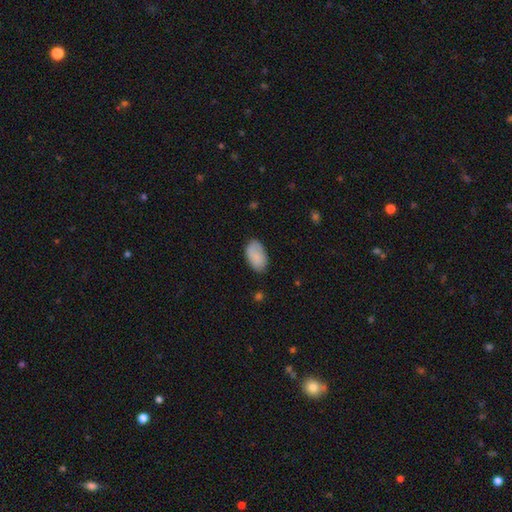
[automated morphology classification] This is clearly a smooth galaxy (85%). How rounded: clearly in between (94%). Merging: likely none (78%).